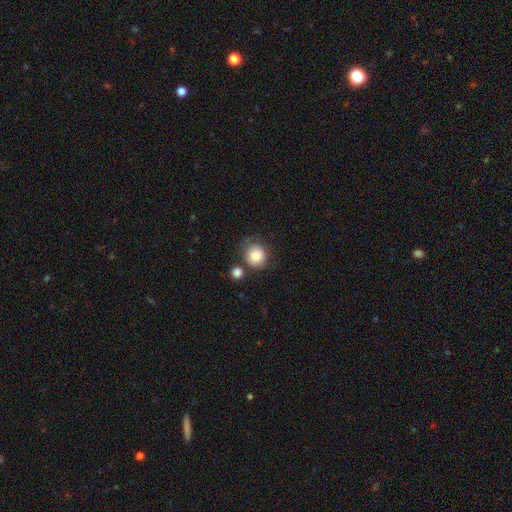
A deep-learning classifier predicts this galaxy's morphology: Smooth or featured?
  - smooth: 84% *
  - star or artifact: 8%
  - featured or disk: 7%
How rounded?
  - round: 89% *
  - in between: 10%
  - cigar-shaped: 1%
Merging?
  - none: 68% *
  - minor disturbance: 14%
  - merger: 13%
  - major disturbance: 5%